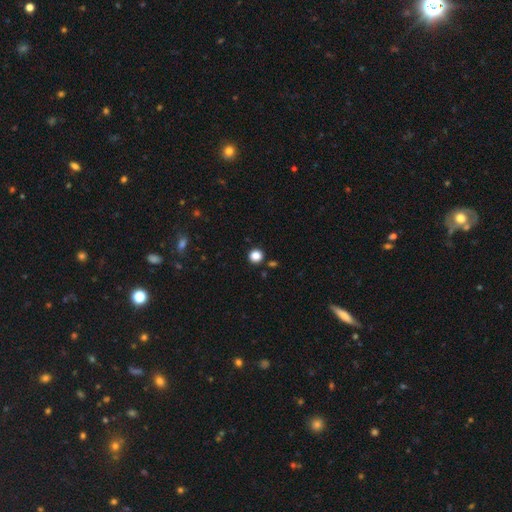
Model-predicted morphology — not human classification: Smooth or featured? smooth (85%)
How rounded? round (92%)
Merging? none (90%)